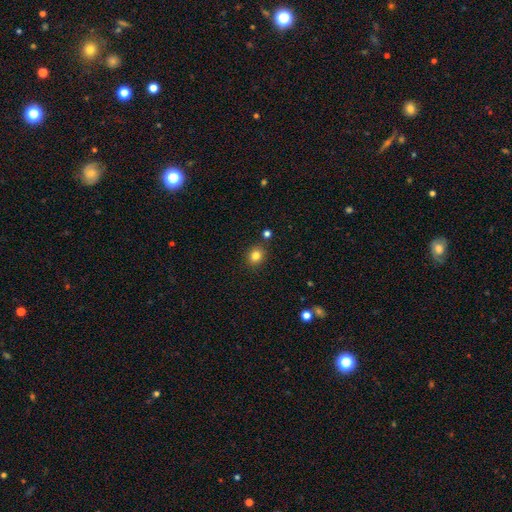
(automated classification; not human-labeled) Smooth or featured: smooth — 82% (star or artifact — 12%)
How rounded: round — 74% (in between — 25%)
Merging: none — 87% (minor disturbance — 8%)